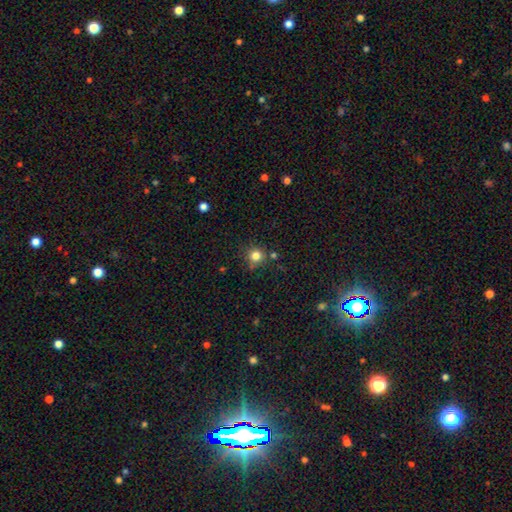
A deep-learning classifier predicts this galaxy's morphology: smooth_or_featured: smooth (p=0.80) [alt: star or artifact p=0.14]
how_rounded: round (p=0.91) [alt: in between p=0.08]
merging: none (p=0.75) [alt: minor disturbance p=0.14]